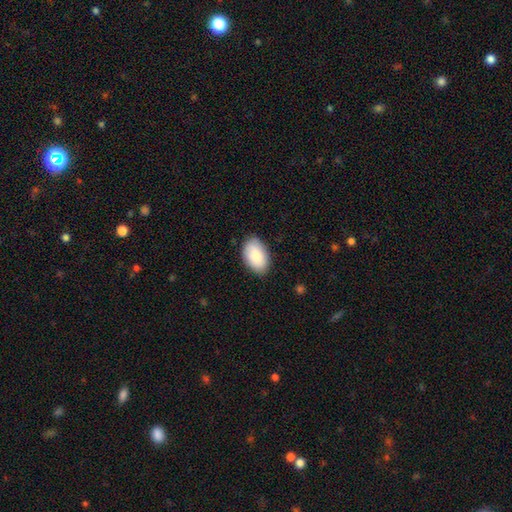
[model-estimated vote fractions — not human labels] Smooth or featured? Predicted: smooth (p=0.88). How rounded? Predicted: in between (p=0.94). Merging? Predicted: none (p=0.84).